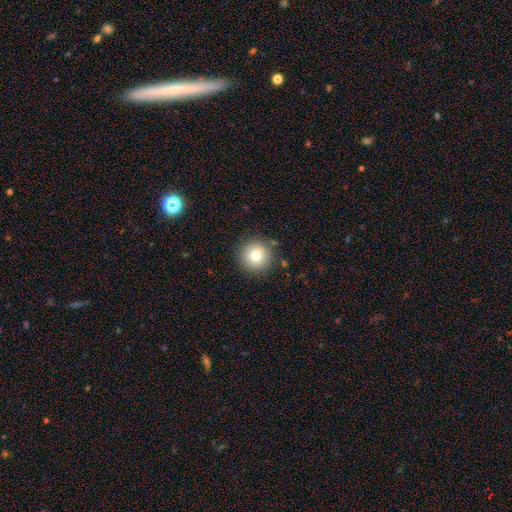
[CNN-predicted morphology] Smooth or featured?
  - smooth: 78% *
  - star or artifact: 11%
  - featured or disk: 11%
How rounded?
  - round: 95% *
  - in between: 4%
  - cigar-shaped: 1%
Merging?
  - none: 88% *
  - minor disturbance: 8%
  - major disturbance: 2%
  - merger: 2%